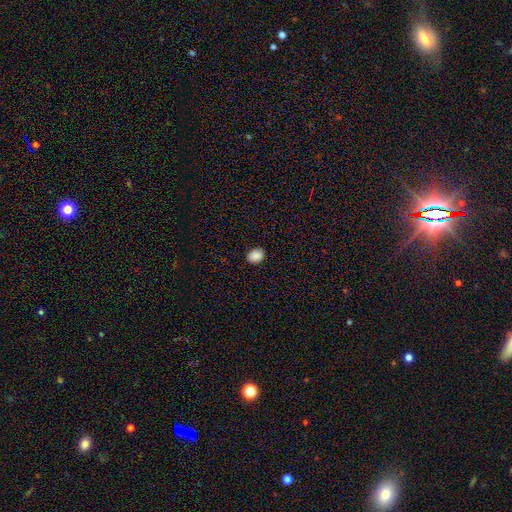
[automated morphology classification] Smooth or featured?
  - smooth: 88% *
  - star or artifact: 9%
  - featured or disk: 3%
How rounded?
  - in between: 51% *
  - round: 48%
  - cigar-shaped: 1%
Merging?
  - none: 88% *
  - minor disturbance: 9%
  - major disturbance: 2%
  - merger: 1%